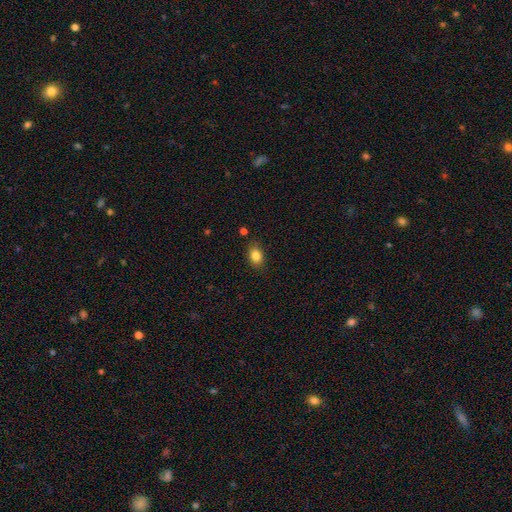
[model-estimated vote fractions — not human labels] A smooth galaxy with no disk features (83%) that is in between round and cigar-shaped (75%). Merging: none (82%).